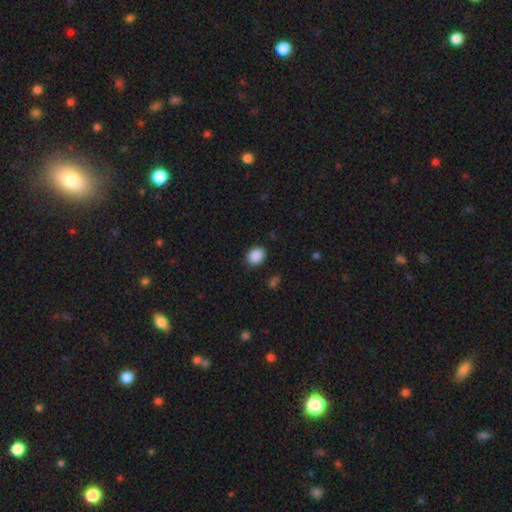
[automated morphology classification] This appears to be a smooth galaxy with no disk features (89%) that is in between round and cigar-shaped (50%). Merging: none (87%).